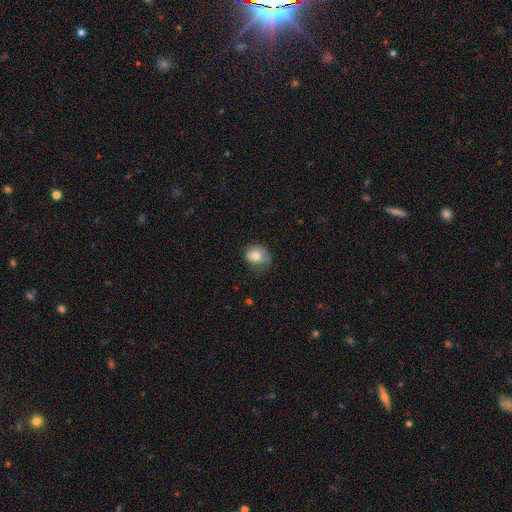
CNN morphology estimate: This appears to be a smooth galaxy with no disk features (79%) that is round (68%). Merging: none (54%).